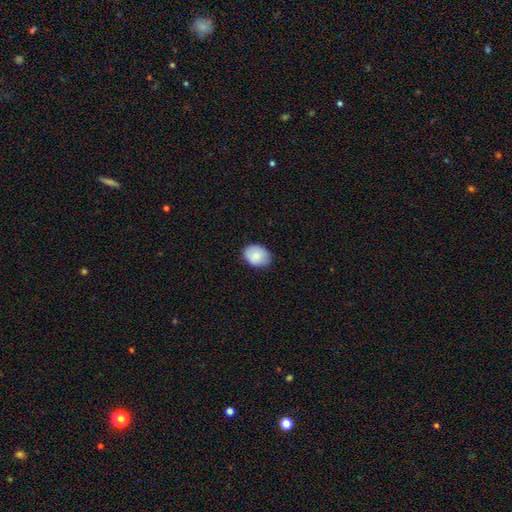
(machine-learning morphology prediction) This is clearly a smooth galaxy (83%). How rounded: likely in between (67%). Merging: clearly none (81%).